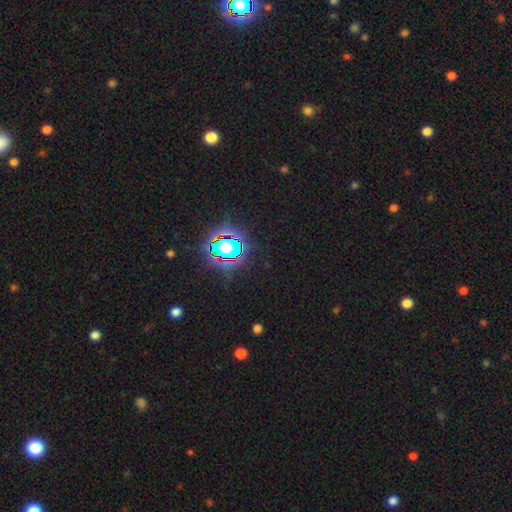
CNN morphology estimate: Smooth or featured: star or artifact — 83% (smooth — 10%)